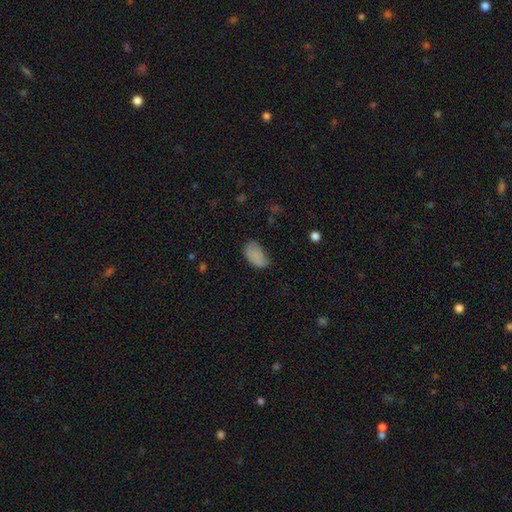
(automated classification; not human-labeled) Smooth or featured?
  - smooth: 83% *
  - star or artifact: 9%
  - featured or disk: 8%
How rounded?
  - in between: 94% *
  - round: 5%
  - cigar-shaped: 2%
Merging?
  - none: 59% *
  - minor disturbance: 31%
  - major disturbance: 8%
  - merger: 2%